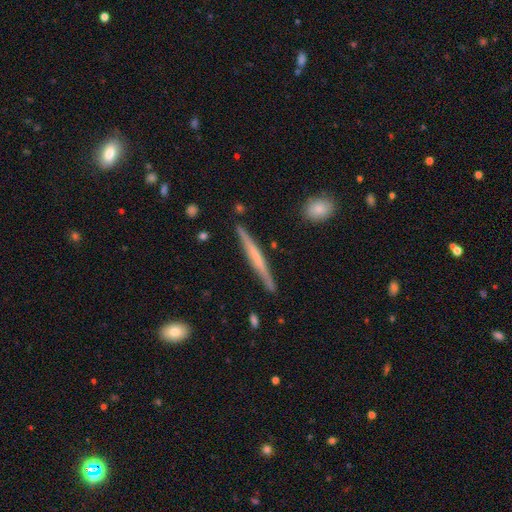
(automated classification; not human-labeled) A featured or disk galaxy (55%) viewed edge-on (97%) with no central bulge (66%). Merging: none (89%).